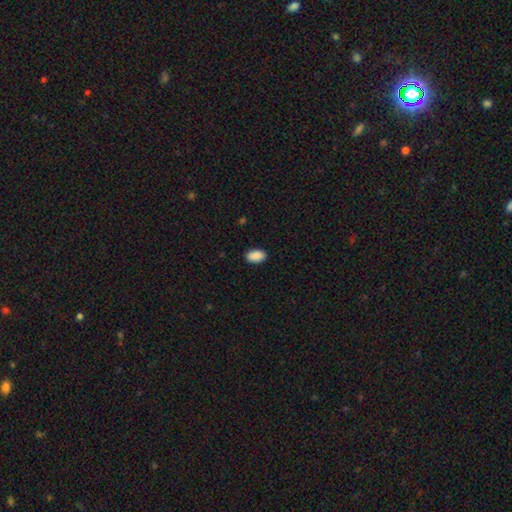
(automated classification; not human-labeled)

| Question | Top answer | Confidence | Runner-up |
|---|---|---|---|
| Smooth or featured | smooth | 91% | star or artifact (7%) |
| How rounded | in between | 93% | round (6%) |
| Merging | none | 89% | minor disturbance (8%) |